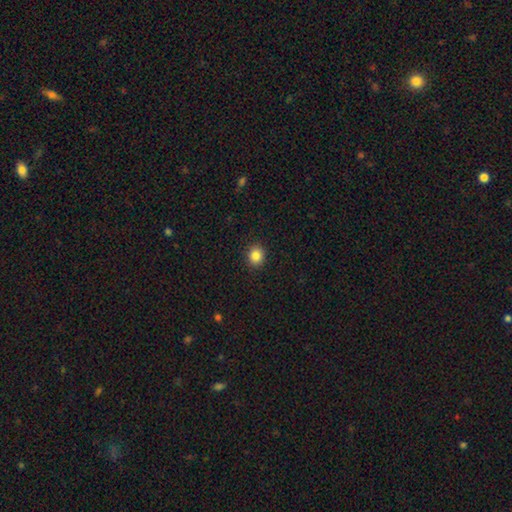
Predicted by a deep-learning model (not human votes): A smooth galaxy with no disk features (85%) that is round (81%).

Vote fractions:
- Smooth or featured? smooth: 85% / star or artifact: 10% / featured or disk: 4%
- How rounded? round: 81% / in between: 18% / cigar-shaped: 1%
- Merging? none: 92% / minor disturbance: 6% / major disturbance: 2% / merger: 1%